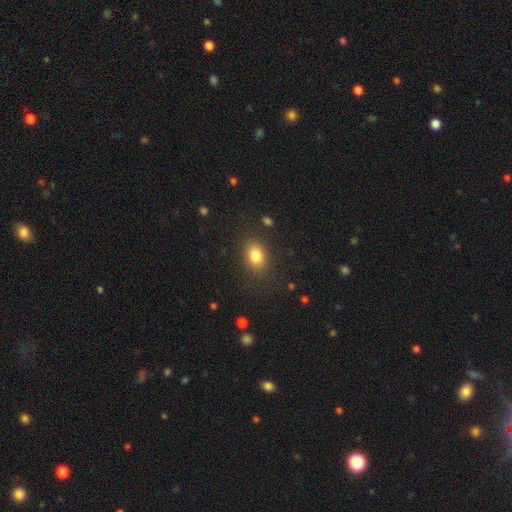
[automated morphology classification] smooth_or_featured: smooth (p=0.83) [alt: star or artifact p=0.10]
how_rounded: in between (p=0.73) [alt: round p=0.26]
merging: none (p=0.83) [alt: minor disturbance p=0.11]